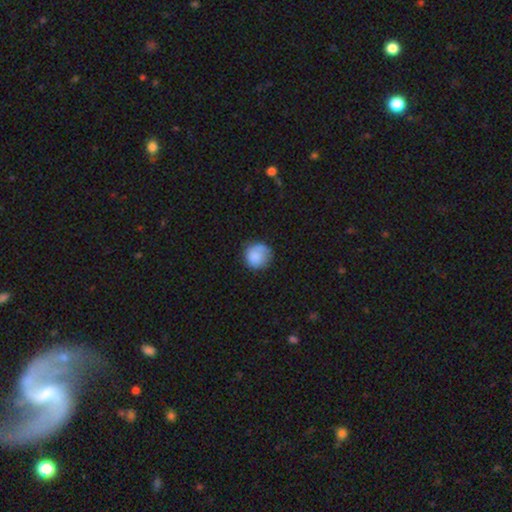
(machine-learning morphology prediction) Smooth or featured?
  - smooth: 81% *
  - featured or disk: 11%
  - star or artifact: 7%
How rounded?
  - round: 89% *
  - in between: 10%
  - cigar-shaped: 1%
Merging?
  - none: 69% *
  - minor disturbance: 21%
  - major disturbance: 7%
  - merger: 2%